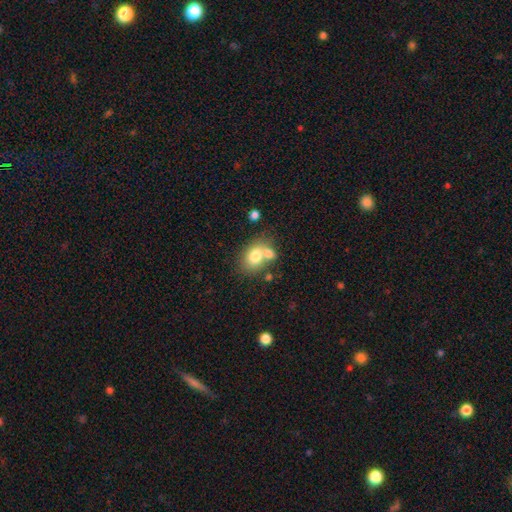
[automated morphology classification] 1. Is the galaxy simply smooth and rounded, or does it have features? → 75% smooth, 16% featured or disk, 9% star or artifact.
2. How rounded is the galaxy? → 65% in between, 34% round, 1% cigar-shaped.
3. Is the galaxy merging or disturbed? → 46% merger, 38% none, 12% minor disturbance, 5% major disturbance.